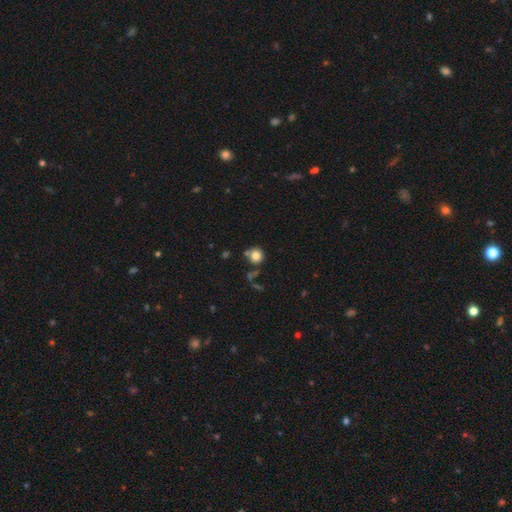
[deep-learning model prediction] smooth-or-featured: smooth: 81% | star or artifact: 11% | featured or disk: 8%
  how-rounded: round: 89% | in between: 10% | cigar-shaped: 1%
  merging: none: 66% | minor disturbance: 14% | merger: 14% | major disturbance: 5%